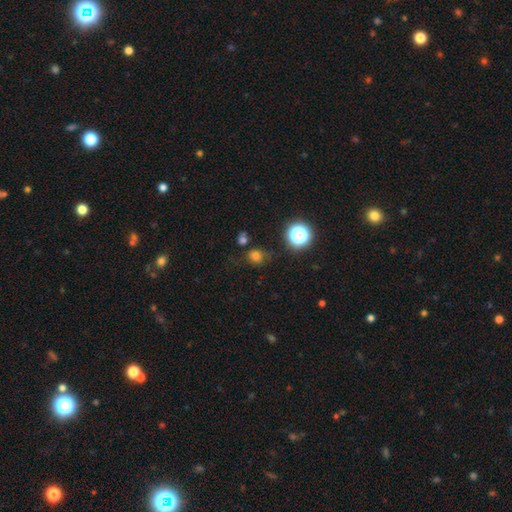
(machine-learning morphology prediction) Smooth or featured: smooth — 71% (star or artifact — 22%)
How rounded: round — 76% (in between — 23%)
Merging: none — 67% (minor disturbance — 18%)